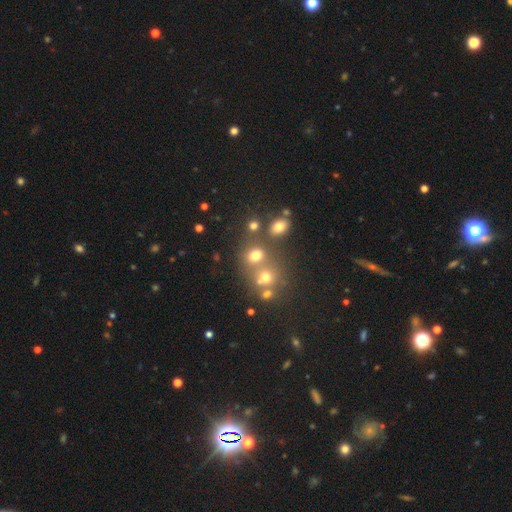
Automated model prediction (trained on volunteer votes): Q: Smooth or featured?
A: smooth (66%); runner-up: star or artifact (20%)
Q: How rounded?
A: round (64%); runner-up: in between (34%)
Q: Merging?
A: none (52%); runner-up: merger (32%)